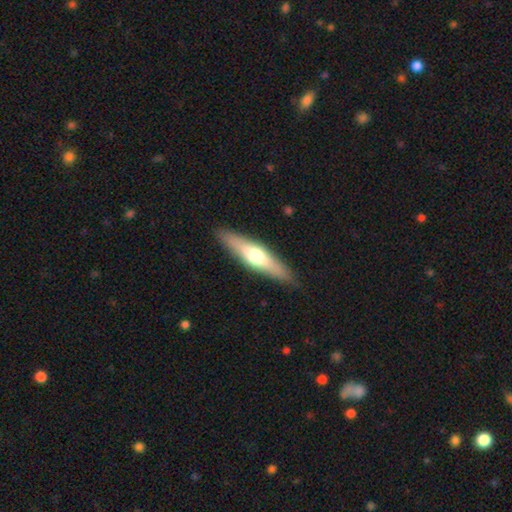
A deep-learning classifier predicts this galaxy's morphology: This is possibly a smooth galaxy (47%, tied with featured or disk). Merging: clearly none (88%).